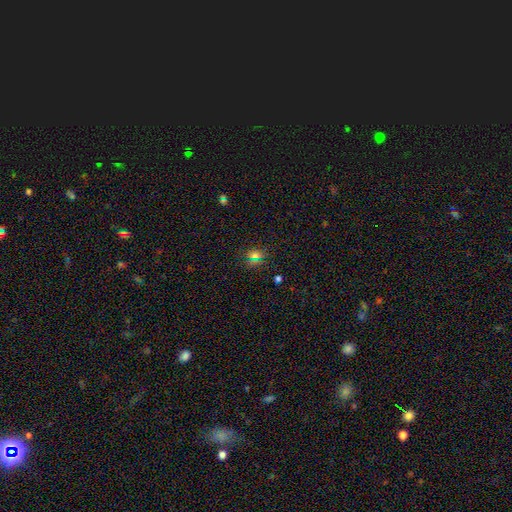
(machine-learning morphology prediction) smooth 54%, star or artifact 38%, featured or disk 9%. Down the decision tree: how rounded — round (70%); merging — none (84%).